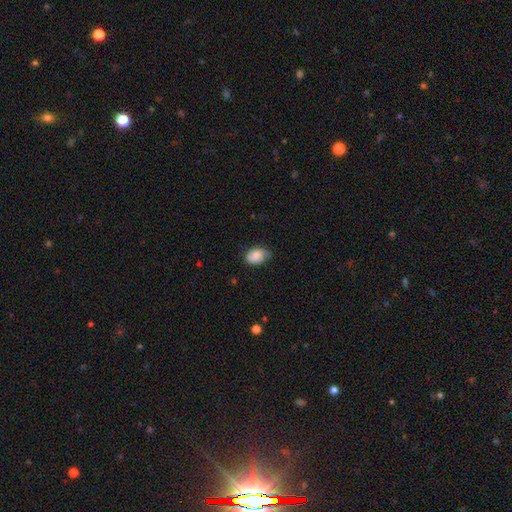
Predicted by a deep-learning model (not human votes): Q: Smooth or featured?
A: smooth (76%); runner-up: featured or disk (17%)
Q: How rounded?
A: in between (78%); runner-up: round (20%)
Q: Merging?
A: none (61%); runner-up: minor disturbance (31%)